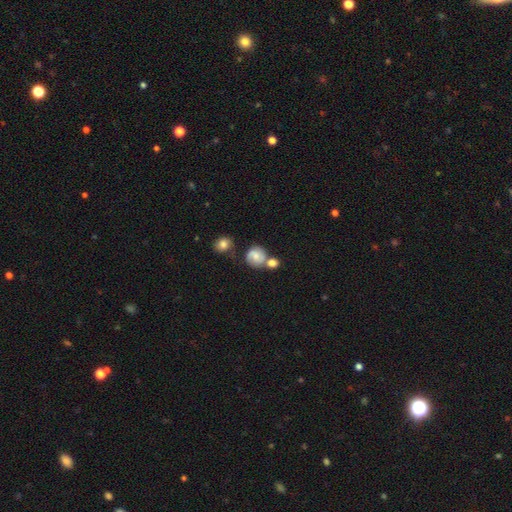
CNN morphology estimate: Overall: smooth (48%; featured or disk 43%). Merging: none (49%; merger 29%).